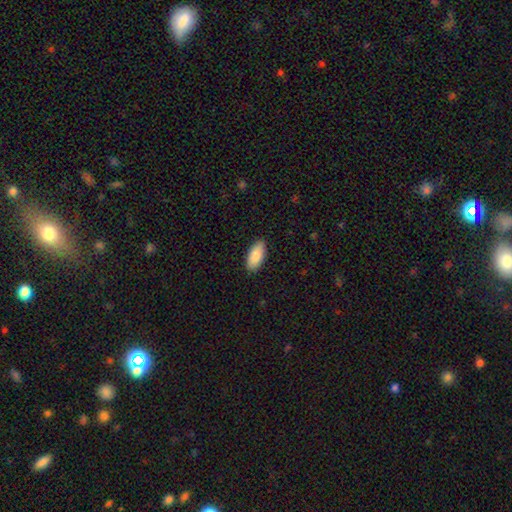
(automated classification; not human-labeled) Smooth or featured?
  - smooth: 87% *
  - featured or disk: 7%
  - star or artifact: 6%
How rounded?
  - in between: 91% *
  - cigar-shaped: 7%
  - round: 2%
Merging?
  - none: 88% *
  - minor disturbance: 9%
  - major disturbance: 2%
  - merger: 1%